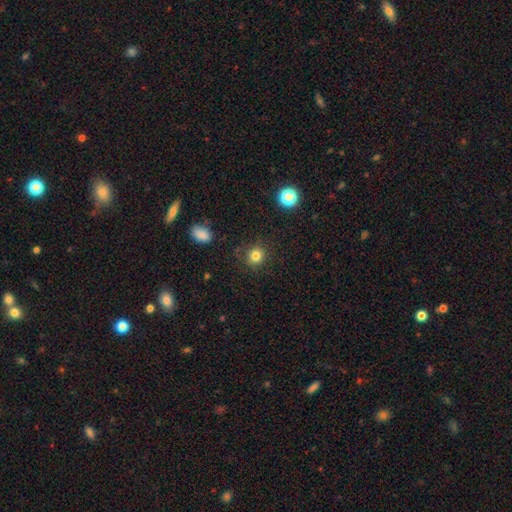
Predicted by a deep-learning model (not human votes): This is clearly a smooth galaxy (82%). How rounded: clearly round (86%). Merging: clearly none (87%).